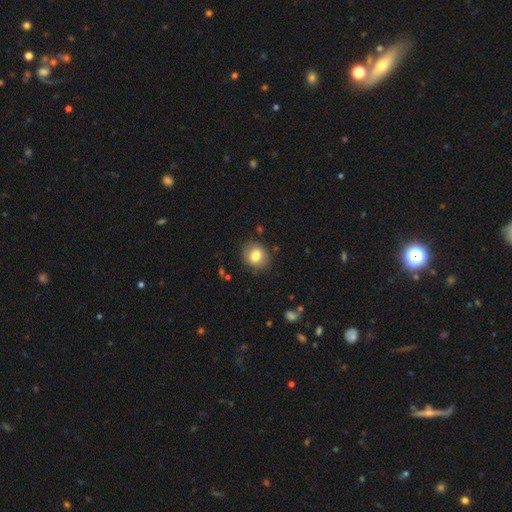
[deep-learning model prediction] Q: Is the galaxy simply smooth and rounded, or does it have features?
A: smooth — 78%.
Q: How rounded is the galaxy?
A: round — 69%.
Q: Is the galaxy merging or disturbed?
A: none — 82%.